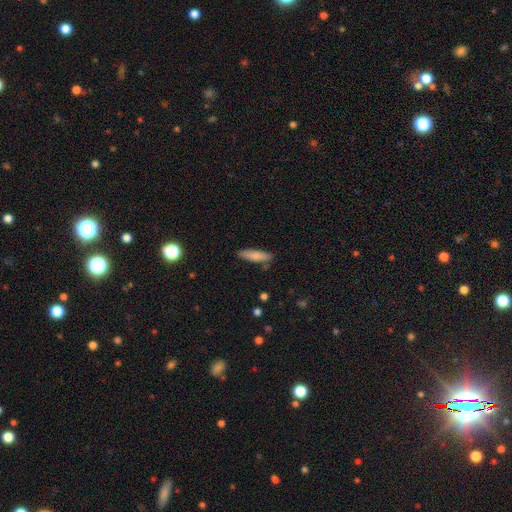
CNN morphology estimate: Q: Smooth or featured?
A: smooth (82%); runner-up: featured or disk (12%)
Q: How rounded?
A: cigar-shaped (70%); runner-up: in between (29%)
Q: Merging?
A: none (82%); runner-up: minor disturbance (13%)